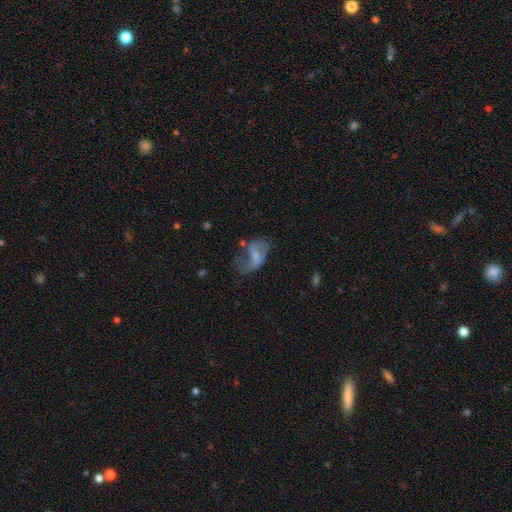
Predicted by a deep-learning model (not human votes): featured or disk 57%, smooth 35%, star or artifact 9%. Down the decision tree: edge-on disk — no (96%); bar — no (45%); spiral arms — yes (63%); bulge size — small (46%); merging — major disturbance (44%).